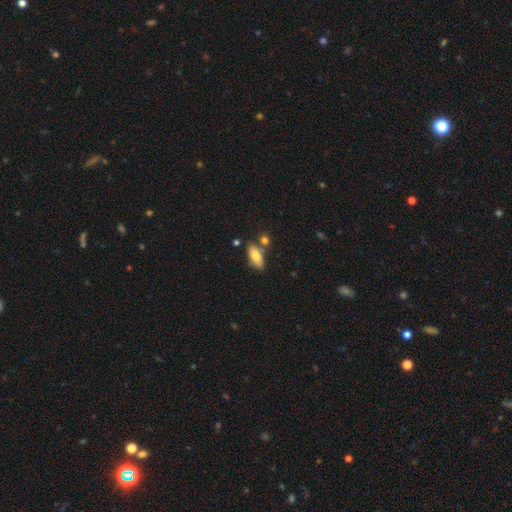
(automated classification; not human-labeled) Overall: smooth (77%). How rounded: in between (83%). Merging: none (70%).